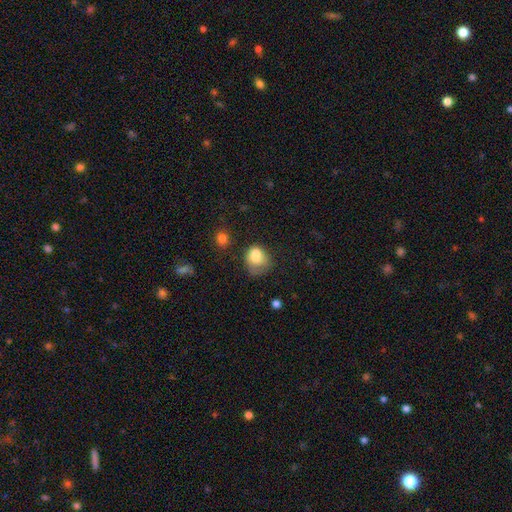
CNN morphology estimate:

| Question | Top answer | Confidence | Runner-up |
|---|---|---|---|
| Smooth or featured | smooth | 73% | featured or disk (17%) |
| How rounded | round | 55% | in between (44%) |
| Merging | none | 32% | minor disturbance (27%) |